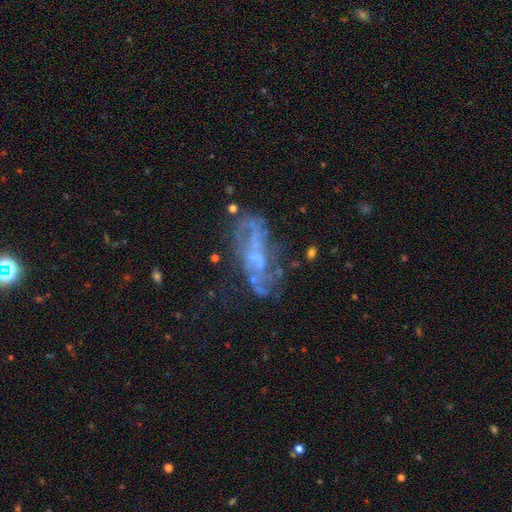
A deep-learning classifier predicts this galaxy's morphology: Smooth or featured? featured or disk (71%)
Edge-on disk? no (90%)
Bar? no (58%)
Spiral arms? yes (52%)
Bulge size? none (44%)
Merging? none (47%)